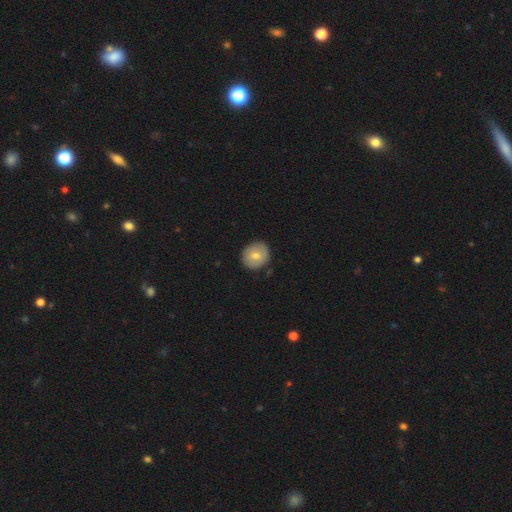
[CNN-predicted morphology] Smooth or featured? smooth (70%)
How rounded? round (80%)
Merging? none (85%)